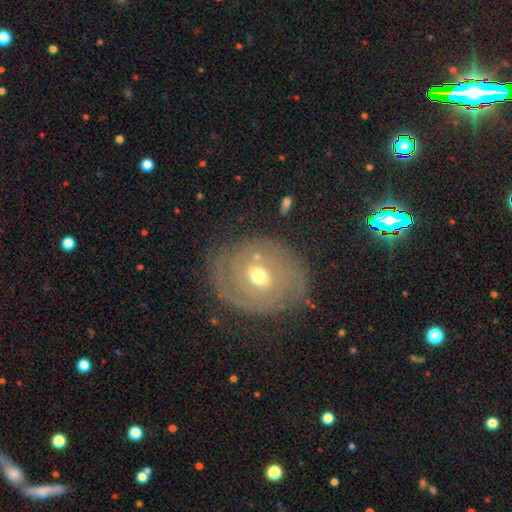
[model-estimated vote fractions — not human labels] Smooth or featured? featured or disk (71%)
Edge-on disk? no (95%)
Bar? weak (46%)
Spiral arms? yes (77%)
Spiral winding? tight (71%)
Spiral arm count? can't tell (44%)
Bulge size? moderate (58%)
Merging? none (78%)